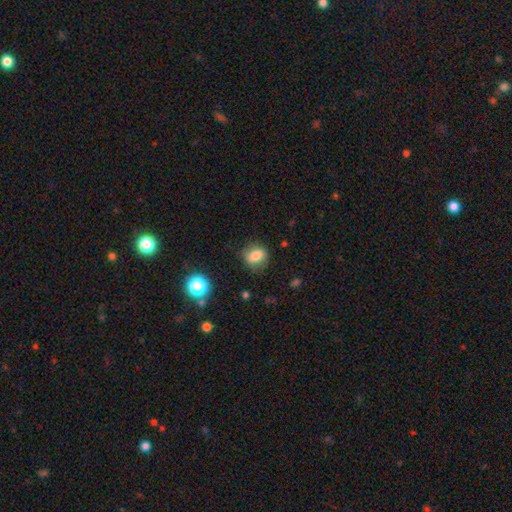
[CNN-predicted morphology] This is likely a smooth galaxy (76%). How rounded: possibly round (57%). Merging: likely none (75%).